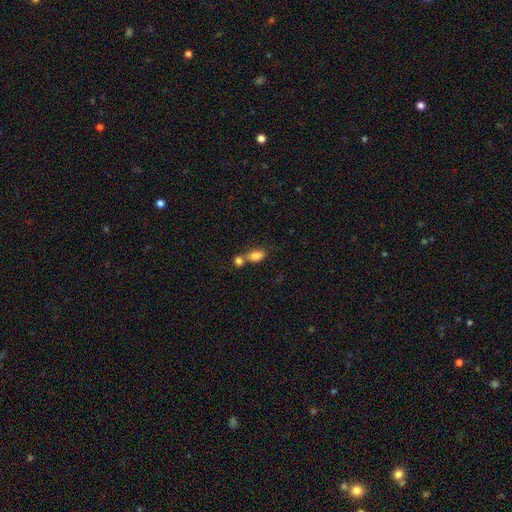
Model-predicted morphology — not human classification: Smooth or featured? smooth (84%)
How rounded? in between (87%)
Merging? merger (48%)